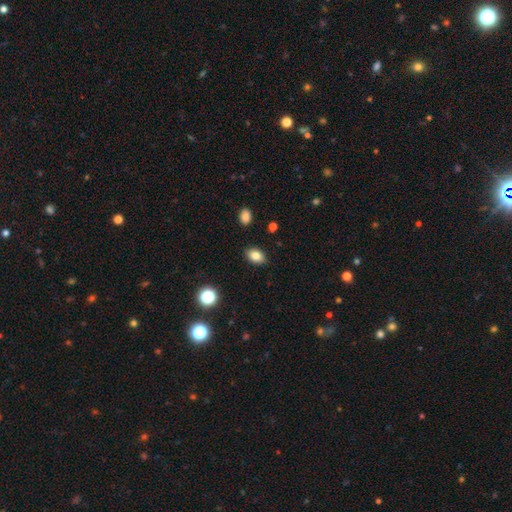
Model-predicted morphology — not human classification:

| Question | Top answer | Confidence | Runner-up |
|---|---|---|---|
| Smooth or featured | smooth | 82% | star or artifact (10%) |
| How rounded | in between | 83% | round (15%) |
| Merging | none | 88% | minor disturbance (9%) |